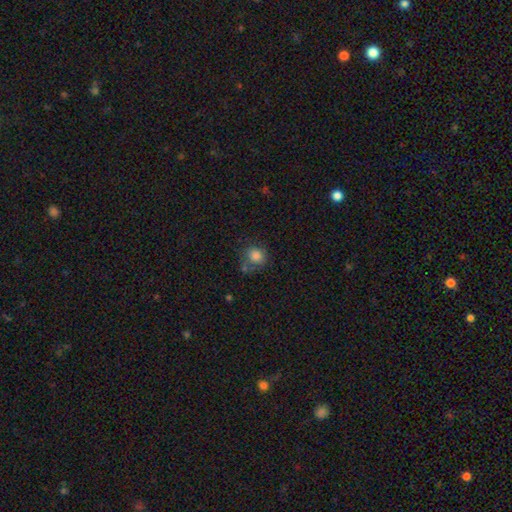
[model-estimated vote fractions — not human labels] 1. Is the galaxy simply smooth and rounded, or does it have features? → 80% smooth, 11% star or artifact, 9% featured or disk.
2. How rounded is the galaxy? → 81% round, 18% in between, 1% cigar-shaped.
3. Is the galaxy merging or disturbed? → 54% none, 21% minor disturbance, 13% merger, 12% major disturbance.